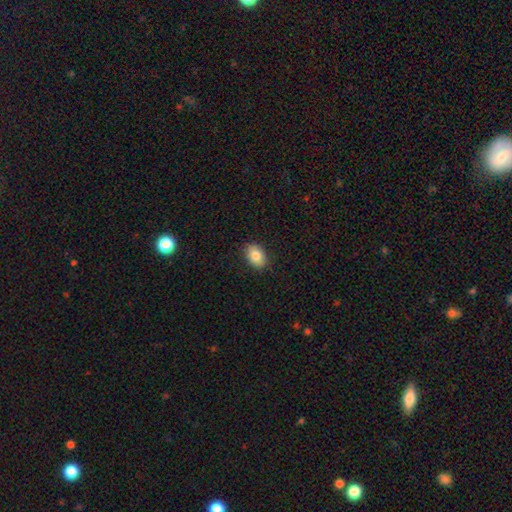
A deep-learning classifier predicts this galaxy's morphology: smooth_or_featured: smooth (p=0.83) [alt: featured or disk p=0.09]
how_rounded: in between (p=0.81) [alt: round p=0.18]
merging: none (p=0.87) [alt: minor disturbance p=0.10]